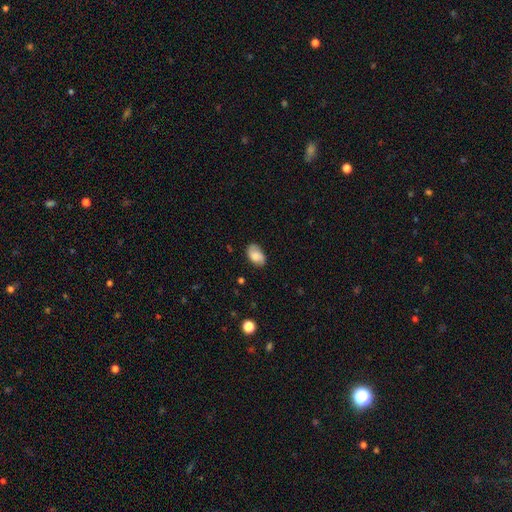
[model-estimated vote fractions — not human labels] Smooth or featured?
  - smooth: 70% *
  - featured or disk: 22%
  - star or artifact: 8%
How rounded?
  - in between: 90% *
  - round: 9%
  - cigar-shaped: 1%
Merging?
  - none: 77% *
  - minor disturbance: 18%
  - major disturbance: 4%
  - merger: 1%